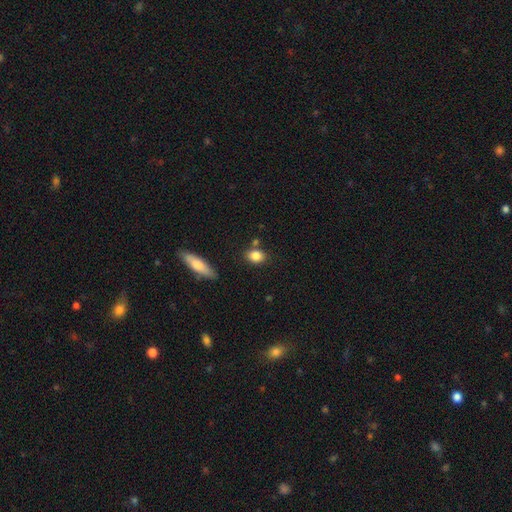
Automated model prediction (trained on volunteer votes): Morphology: type=smooth (84%); roundness=in between (59%); merging=none (75%).